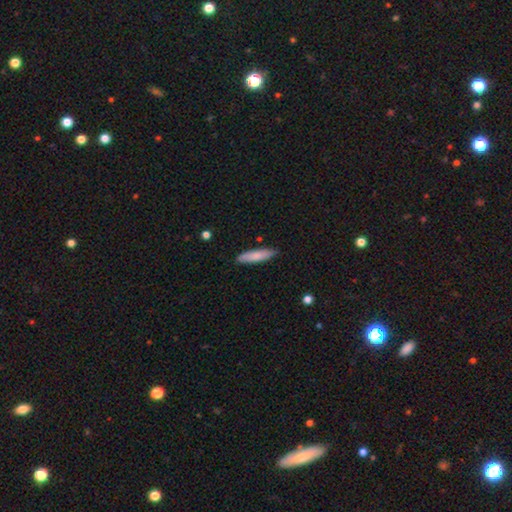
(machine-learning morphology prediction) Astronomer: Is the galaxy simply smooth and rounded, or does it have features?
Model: smooth — 79%.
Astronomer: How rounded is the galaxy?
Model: cigar-shaped — 76%.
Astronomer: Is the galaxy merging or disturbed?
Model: none — 84%.